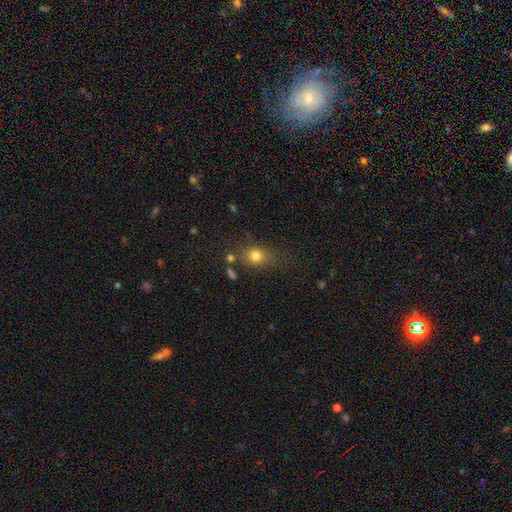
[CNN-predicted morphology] smooth 77%, star or artifact 14%, featured or disk 9%. Down the decision tree: how rounded — round (63%); merging — none (68%).